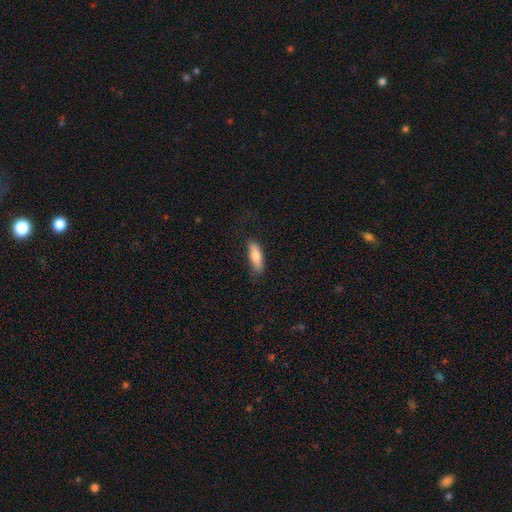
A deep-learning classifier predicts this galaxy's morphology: This appears to be a smooth galaxy with no disk features (77%) that is in between round and cigar-shaped (53%). Merging: none (77%).